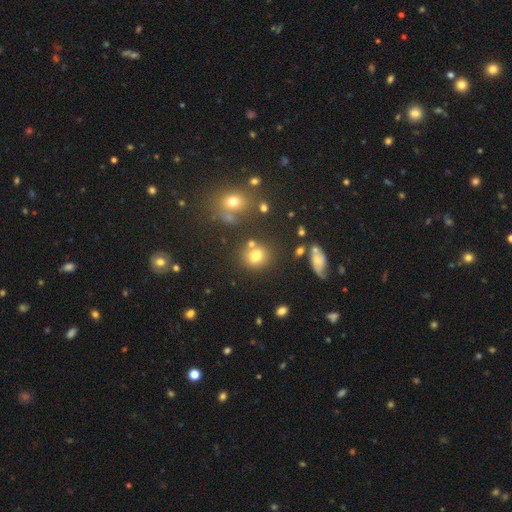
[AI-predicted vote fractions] Smooth or featured: smooth — 75% (star or artifact — 14%)
How rounded: round — 72% (in between — 27%)
Merging: none — 68% (merger — 15%)